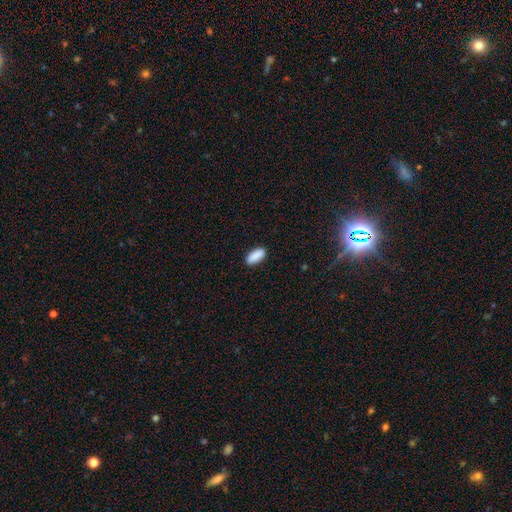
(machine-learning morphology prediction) smooth-or-featured: smooth: 90% | star or artifact: 6% | featured or disk: 4%
  how-rounded: in between: 85% | cigar-shaped: 13% | round: 2%
  merging: none: 89% | minor disturbance: 8% | major disturbance: 2% | merger: 1%